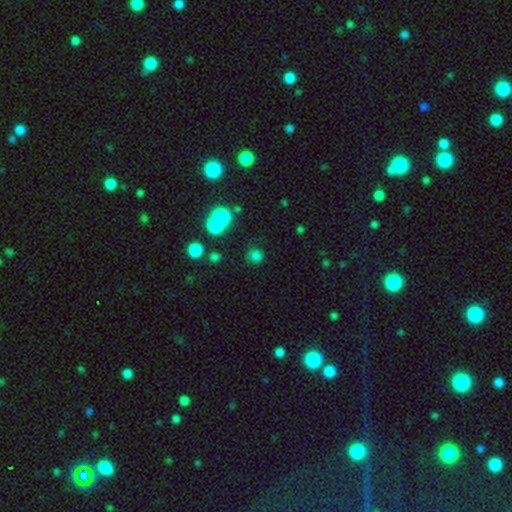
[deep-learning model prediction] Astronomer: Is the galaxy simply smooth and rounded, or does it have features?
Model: smooth — 74%.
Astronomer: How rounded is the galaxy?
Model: round — 85%.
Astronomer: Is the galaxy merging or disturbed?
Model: none — 68%.